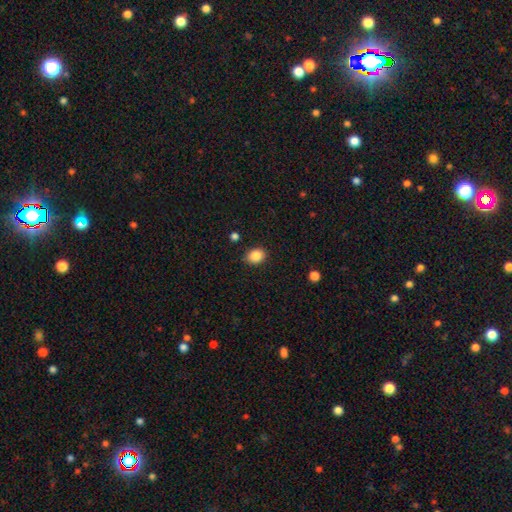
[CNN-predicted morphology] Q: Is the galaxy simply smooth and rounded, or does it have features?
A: smooth — 86%.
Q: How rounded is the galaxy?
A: round — 50%.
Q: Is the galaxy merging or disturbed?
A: none — 86%.